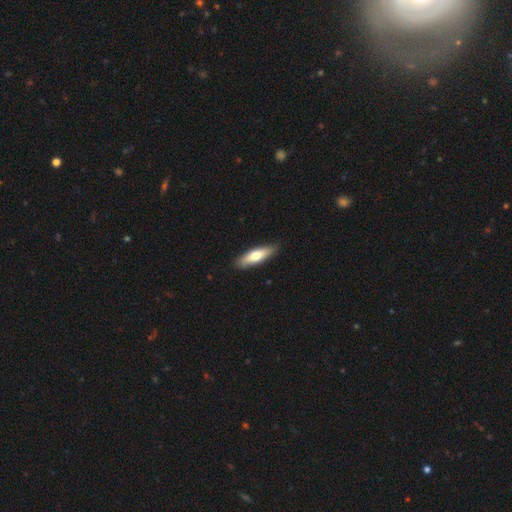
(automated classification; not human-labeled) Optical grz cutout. It shows a smooth galaxy with no disk features (66%) that is cigar-shaped (58%). Merging: none (88%).